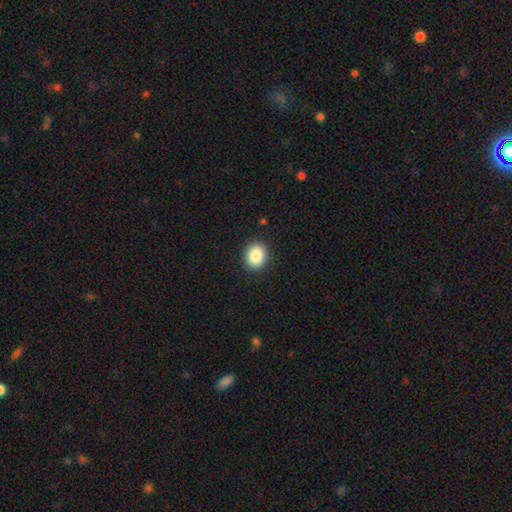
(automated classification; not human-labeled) smooth-or-featured: smooth: 87% | star or artifact: 8% | featured or disk: 4%
  how-rounded: round: 60% | in between: 39% | cigar-shaped: 1%
  merging: none: 90% | minor disturbance: 7% | major disturbance: 2% | merger: 1%